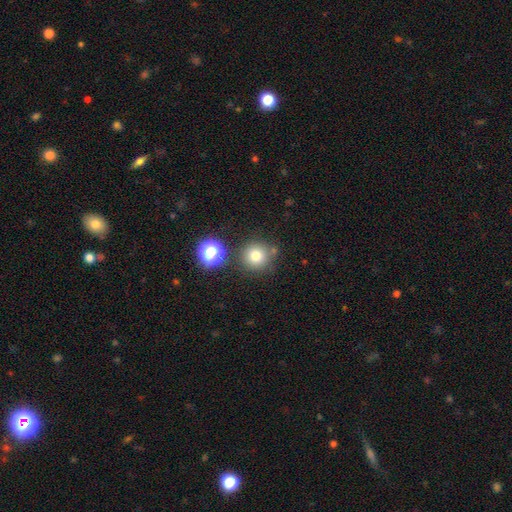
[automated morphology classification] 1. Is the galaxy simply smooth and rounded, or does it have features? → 75% smooth, 16% star or artifact, 9% featured or disk.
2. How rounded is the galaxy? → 94% round, 5% in between, 1% cigar-shaped.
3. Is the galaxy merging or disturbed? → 78% none, 9% minor disturbance, 9% merger, 3% major disturbance.